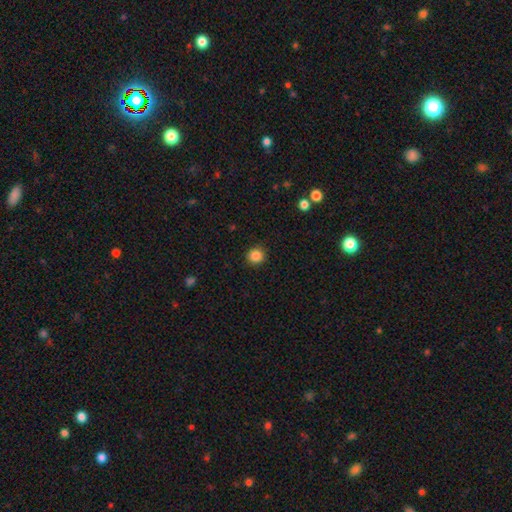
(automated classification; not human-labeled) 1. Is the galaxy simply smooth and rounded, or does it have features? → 86% smooth, 11% star or artifact, 3% featured or disk.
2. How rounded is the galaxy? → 92% round, 7% in between, 1% cigar-shaped.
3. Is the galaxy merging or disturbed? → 91% none, 6% minor disturbance, 2% major disturbance, 1% merger.